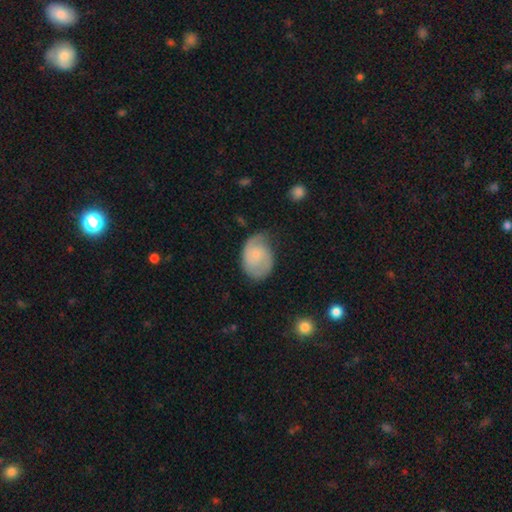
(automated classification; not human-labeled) Morphology: type=featured or disk (58%); edge-on=no (97%); bar=no (68%); spiral arms=yes (90%); winding=medium (42%); arm count=2 (64%); bulge=small (48%); merging=none (56%).